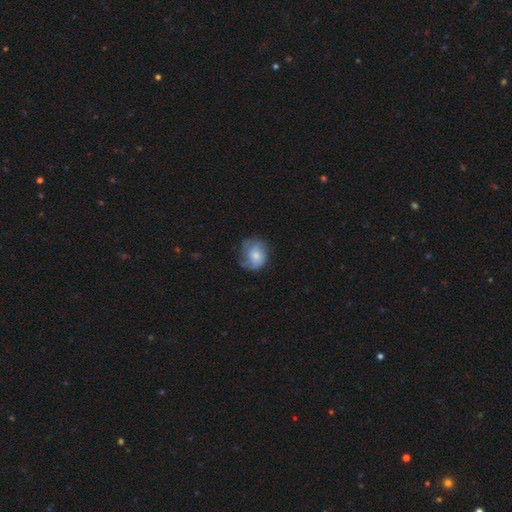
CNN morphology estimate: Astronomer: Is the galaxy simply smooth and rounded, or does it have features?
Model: smooth — 53% (runner-up: featured or disk, 39%).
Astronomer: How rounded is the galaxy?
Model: round — 67%.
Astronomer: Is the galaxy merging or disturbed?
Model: none — 54%.